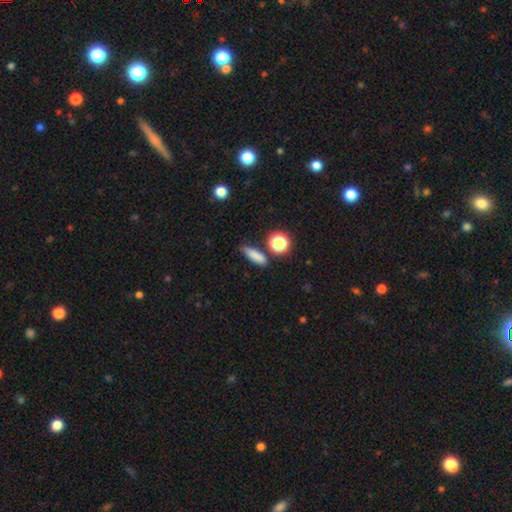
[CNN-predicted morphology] Smooth or featured: smooth — 78% (star or artifact — 13%)
How rounded: cigar-shaped — 51% (in between — 37%)
Merging: none — 75% (minor disturbance — 14%)